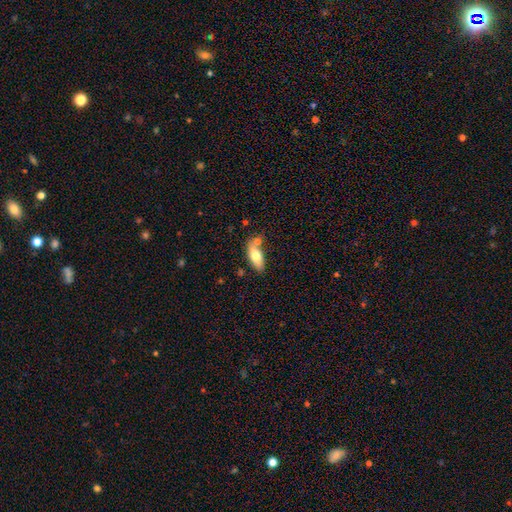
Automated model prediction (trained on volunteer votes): smooth 70%, featured or disk 24%, star or artifact 6%. Down the decision tree: how rounded — in between (80%); merging — none (54%).